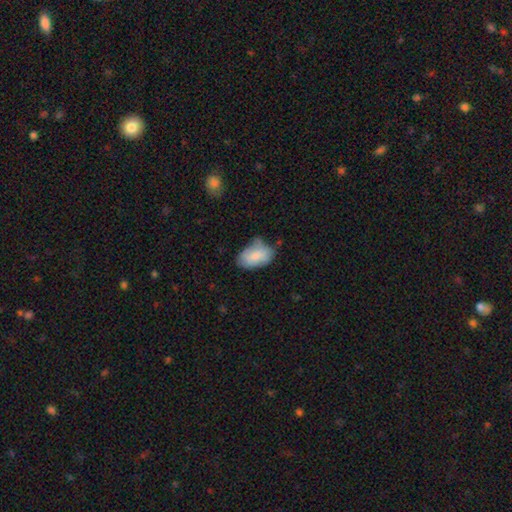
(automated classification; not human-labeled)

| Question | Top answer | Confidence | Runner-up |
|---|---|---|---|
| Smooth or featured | smooth | 79% | featured or disk (15%) |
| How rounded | in between | 92% | round (7%) |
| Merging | none | 46% | minor disturbance (38%) |